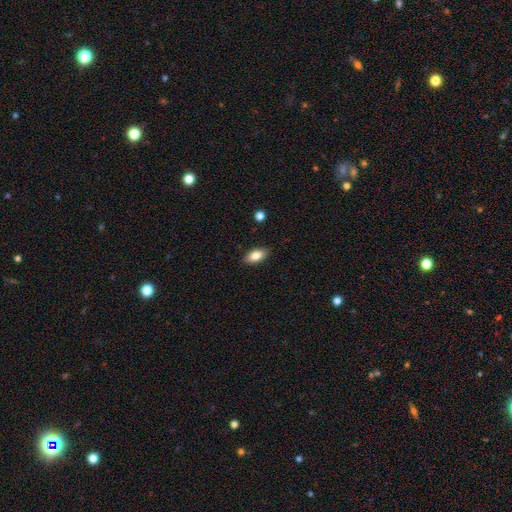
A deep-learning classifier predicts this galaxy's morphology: A smooth galaxy with no disk features (82%) that is in between round and cigar-shaped (90%). Merging: none (88%).